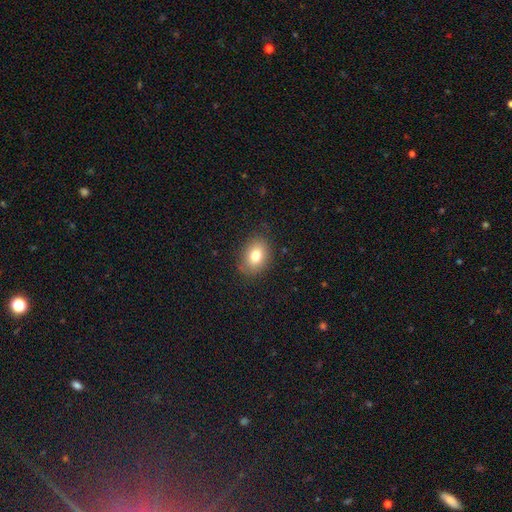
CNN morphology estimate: smooth_or_featured: smooth (p=0.79) [alt: featured or disk p=0.11]
how_rounded: in between (p=0.71) [alt: round p=0.28]
merging: none (p=0.84) [alt: minor disturbance p=0.12]